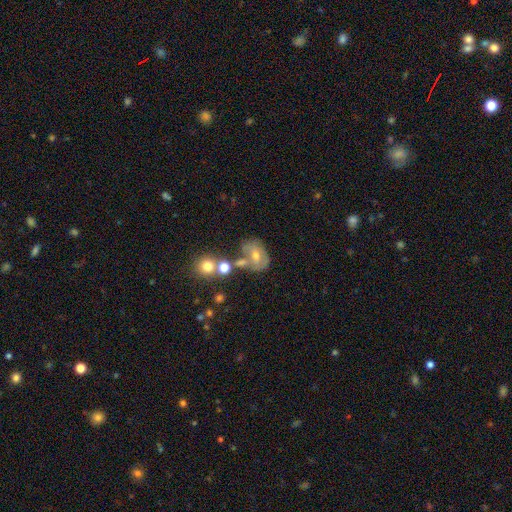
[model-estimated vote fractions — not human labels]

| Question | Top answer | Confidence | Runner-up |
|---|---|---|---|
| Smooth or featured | featured or disk | 47% | smooth (37%) |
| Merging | none | 42% | merger (23%) |